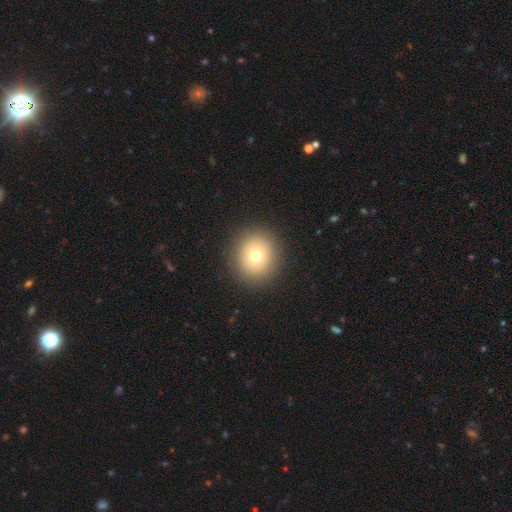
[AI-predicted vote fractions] A smooth galaxy with no disk features (73%) that is round (89%).

Vote fractions:
- Smooth or featured? smooth: 73% / featured or disk: 14% / star or artifact: 12%
- How rounded? round: 89% / in between: 10% / cigar-shaped: 1%
- Merging? none: 90% / minor disturbance: 6% / major disturbance: 3% / merger: 1%